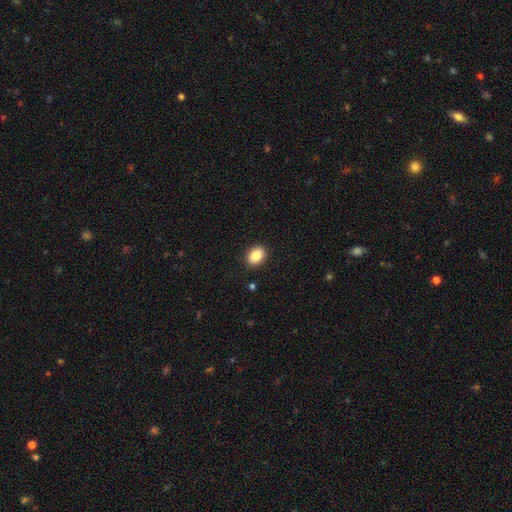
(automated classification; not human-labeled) smooth_or_featured: smooth (p=0.87) [alt: star or artifact p=0.08]
how_rounded: in between (p=0.74) [alt: round p=0.25]
merging: none (p=0.90) [alt: minor disturbance p=0.07]